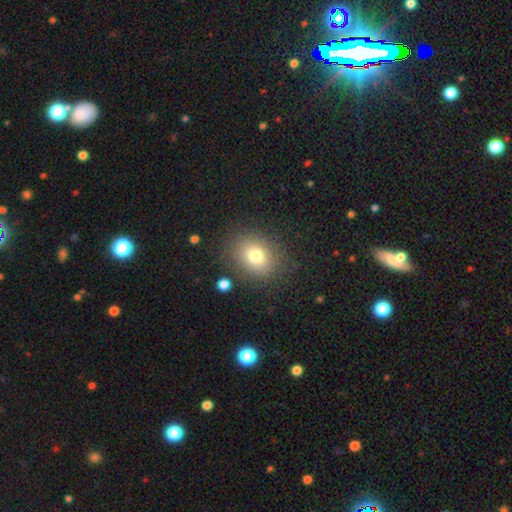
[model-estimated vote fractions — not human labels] The model was most divided on "how rounded": round: 53%, in between: 47%, cigar-shaped: 1%. More confident: merging — none (83%); smooth or featured — smooth (76%).